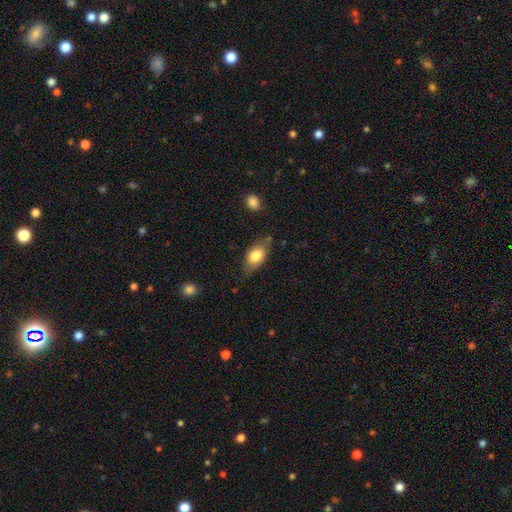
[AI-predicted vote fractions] This is likely a smooth galaxy (79%). How rounded: clearly in between (88%). Merging: likely none (69%).